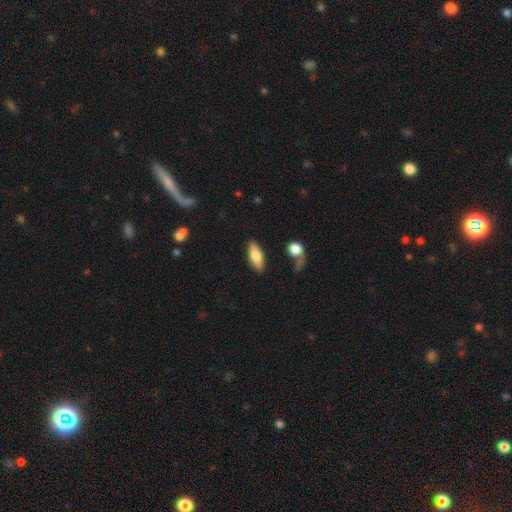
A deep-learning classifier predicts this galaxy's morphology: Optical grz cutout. It shows a smooth galaxy with no disk features (71%) that is in between round and cigar-shaped (73%). Merging: none (82%).